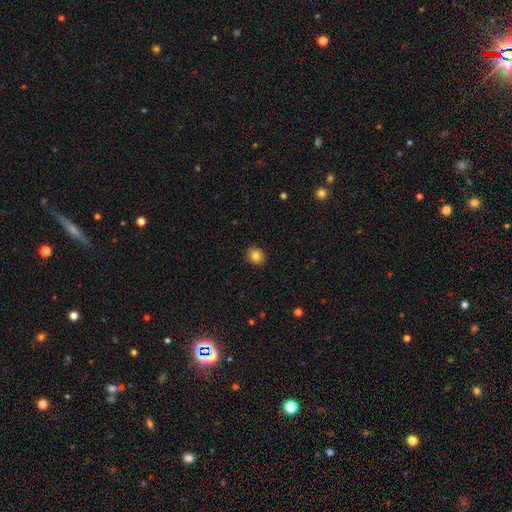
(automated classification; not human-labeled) A smooth galaxy with no disk features (85%) that is round (74%). Merging: none (91%).